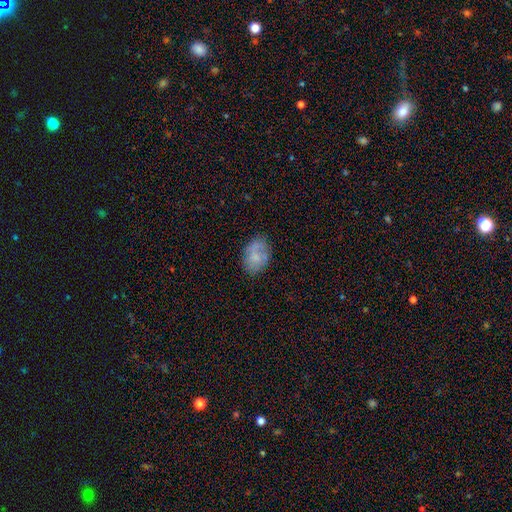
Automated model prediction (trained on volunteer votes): Q: Smooth or featured?
A: smooth (66%); runner-up: featured or disk (25%)
Q: How rounded?
A: in between (81%); runner-up: round (18%)
Q: Merging?
A: none (66%); runner-up: minor disturbance (23%)